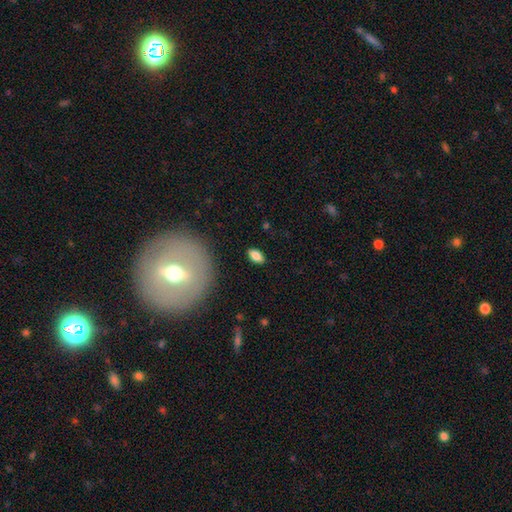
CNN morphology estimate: Smooth or featured? smooth (83%)
How rounded? in between (92%)
Merging? none (86%)